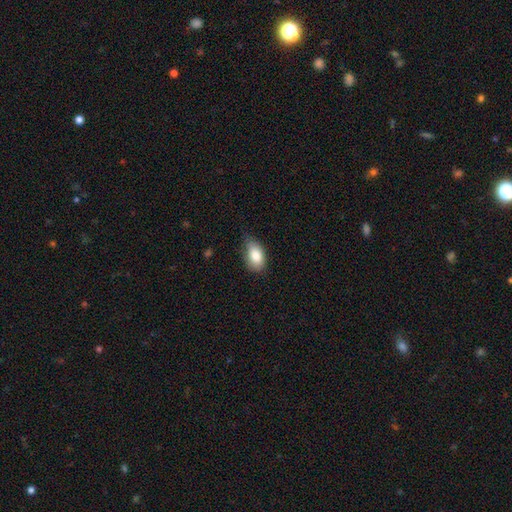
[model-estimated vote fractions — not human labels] Smooth or featured? Predicted: smooth (p=0.83). How rounded? Predicted: in between (p=0.91). Merging? Predicted: none (p=0.57).